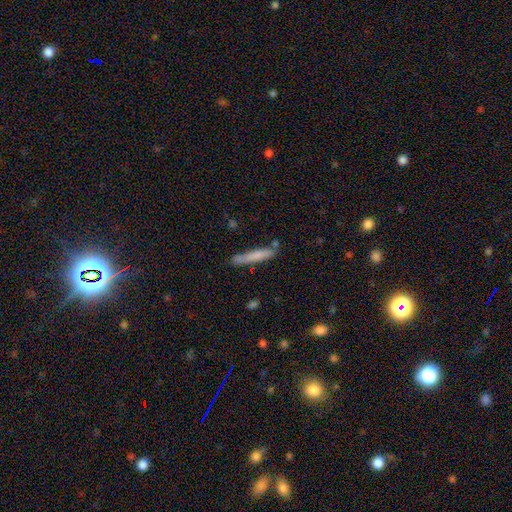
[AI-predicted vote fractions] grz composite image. It shows a smooth galaxy with no disk features (73%) that is cigar-shaped (93%). Merging: none (76%).